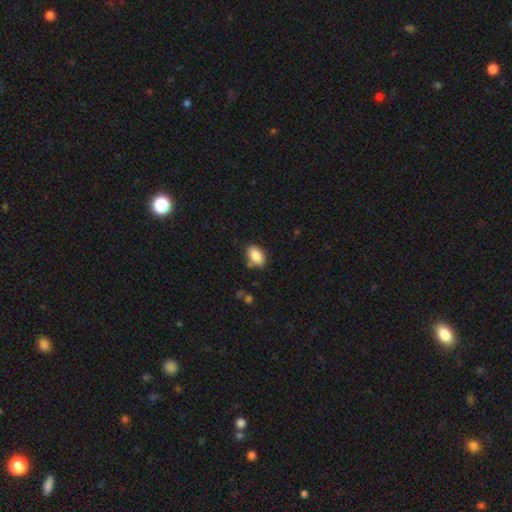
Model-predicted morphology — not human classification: This appears to be a smooth galaxy with no disk features (87%) that is in between round and cigar-shaped (92%). Merging: none (78%).